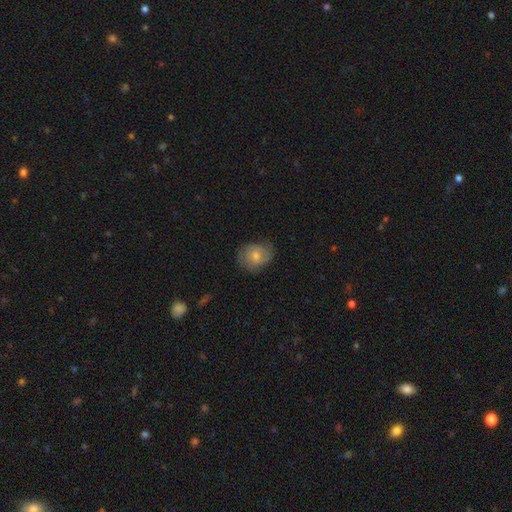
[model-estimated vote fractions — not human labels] Morphology: type=smooth (69%); roundness=round (57%); merging=none (69%).